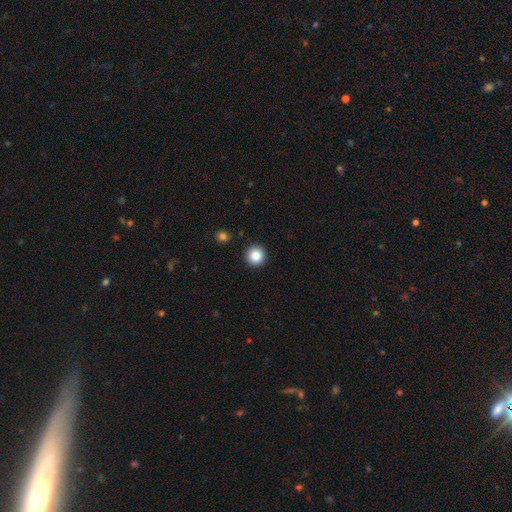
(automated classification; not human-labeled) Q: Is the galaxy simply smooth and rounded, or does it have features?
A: smooth — 87%.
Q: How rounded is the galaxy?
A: round — 95%.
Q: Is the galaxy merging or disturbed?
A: none — 91%.